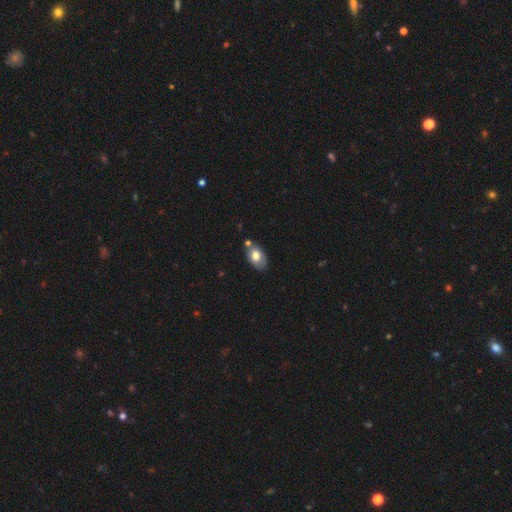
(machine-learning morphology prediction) Smooth or featured: smooth — 71% (featured or disk — 21%)
How rounded: in between — 88% (round — 11%)
Merging: none — 67% (minor disturbance — 17%)